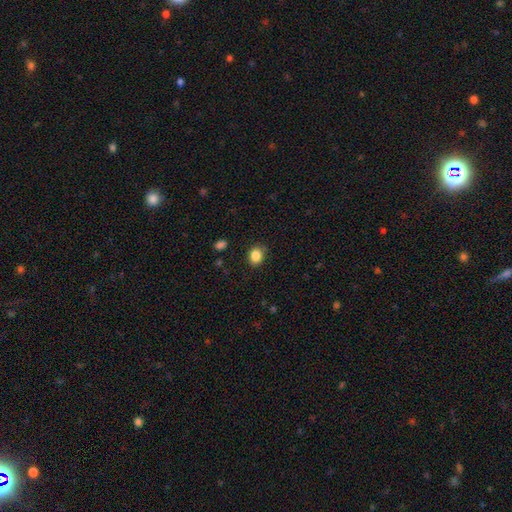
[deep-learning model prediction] Smooth or featured? Predicted: smooth (p=0.86). How rounded? Predicted: in between (p=0.53). Merging? Predicted: none (p=0.80).